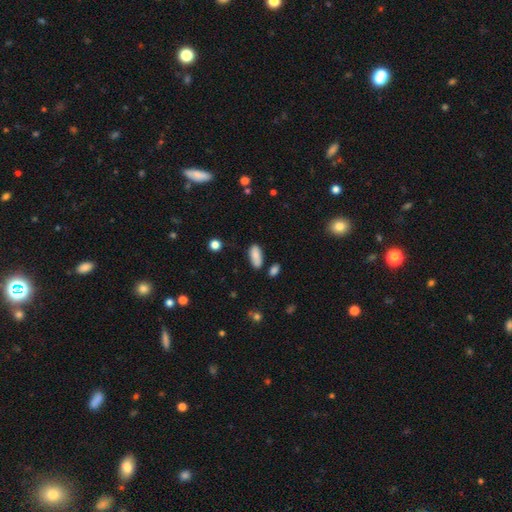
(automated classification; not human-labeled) This is clearly a smooth galaxy (85%). How rounded: clearly in between (86%). Merging: likely none (79%).